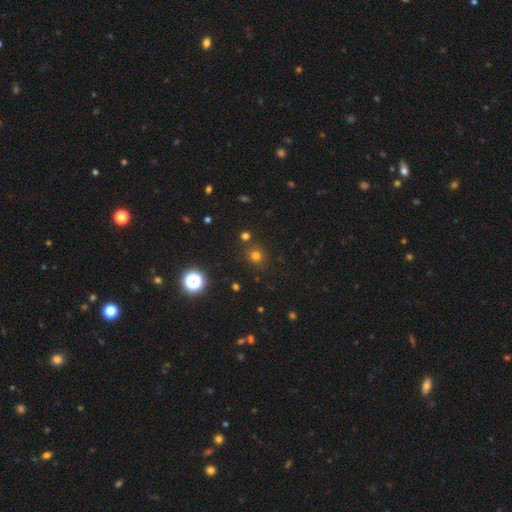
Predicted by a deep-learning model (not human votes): A smooth galaxy with no disk features (69%) that is round (85%).

Vote fractions:
- Smooth or featured? smooth: 69% / star or artifact: 25% / featured or disk: 6%
- How rounded? round: 85% / in between: 14% / cigar-shaped: 1%
- Merging? none: 81% / minor disturbance: 9% / merger: 8% / major disturbance: 3%